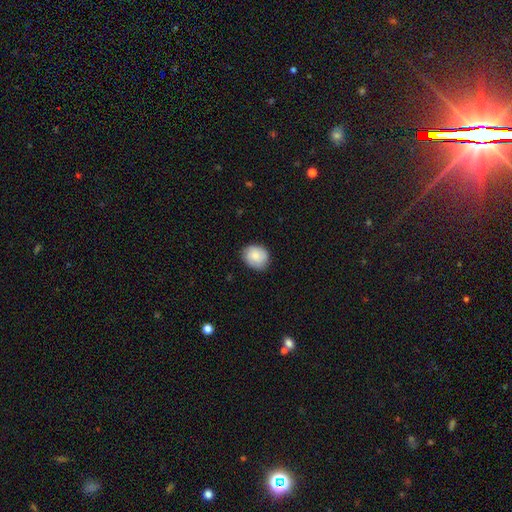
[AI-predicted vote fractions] A smooth galaxy with no disk features (78%) that is round (61%). Merging: none (81%).